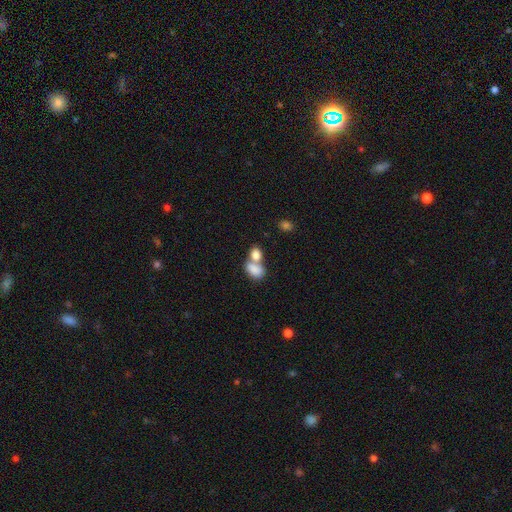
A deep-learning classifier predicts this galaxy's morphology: smooth_or_featured: smooth (p=0.83) [alt: featured or disk p=0.09]
how_rounded: in between (p=0.80) [alt: round p=0.18]
merging: merger (p=0.62) [alt: none p=0.26]